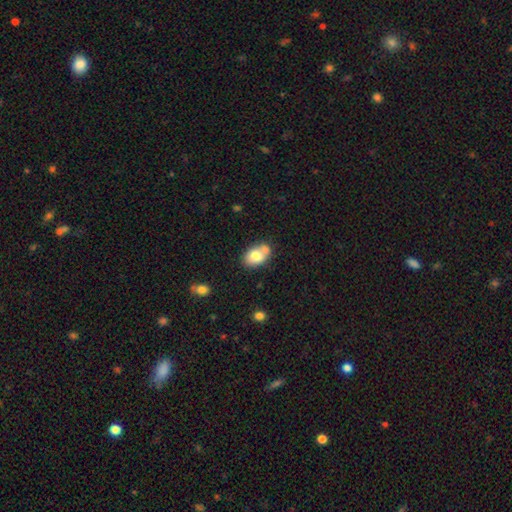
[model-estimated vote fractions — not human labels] The model was most divided on "merging": none: 48%, merger: 30%, minor disturbance: 17%, major disturbance: 5%. More confident: how rounded — in between (82%); smooth or featured — smooth (75%).